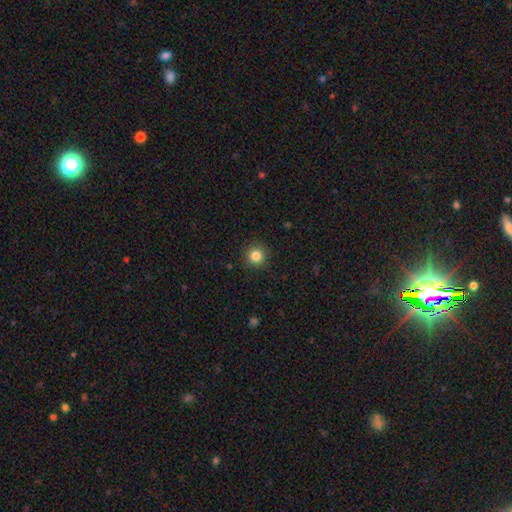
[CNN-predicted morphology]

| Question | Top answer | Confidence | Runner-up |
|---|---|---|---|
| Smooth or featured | smooth | 84% | star or artifact (11%) |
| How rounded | round | 95% | in between (4%) |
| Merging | none | 92% | minor disturbance (5%) |